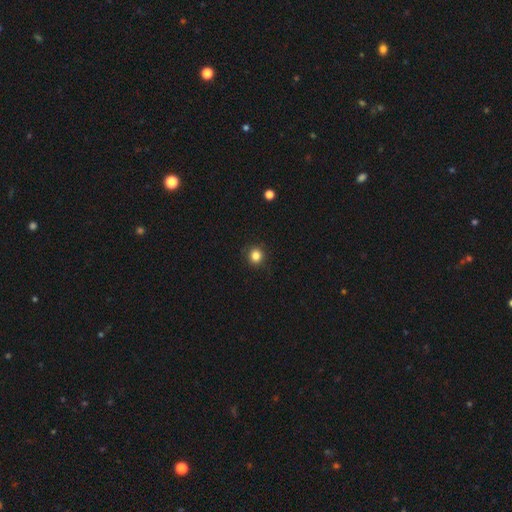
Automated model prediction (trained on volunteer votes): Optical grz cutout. It shows a smooth galaxy with no disk features (84%) that is round (90%). Merging: none (89%).